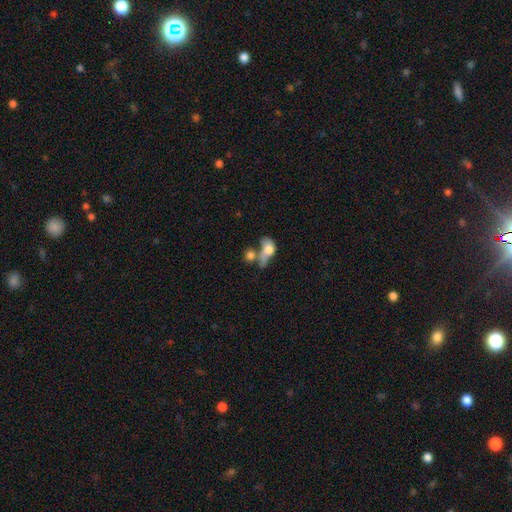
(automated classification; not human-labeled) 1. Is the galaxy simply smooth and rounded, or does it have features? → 59% smooth, 30% featured or disk, 11% star or artifact.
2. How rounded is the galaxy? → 65% in between, 27% round, 8% cigar-shaped.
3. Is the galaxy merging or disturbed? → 50% merger, 22% none, 17% major disturbance, 12% minor disturbance.